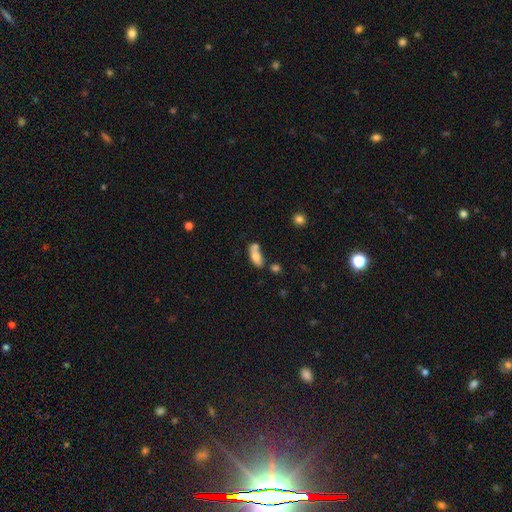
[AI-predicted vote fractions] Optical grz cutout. It shows a smooth galaxy with no disk features (73%) that is in between round and cigar-shaped (83%). Merging: merger (39%).